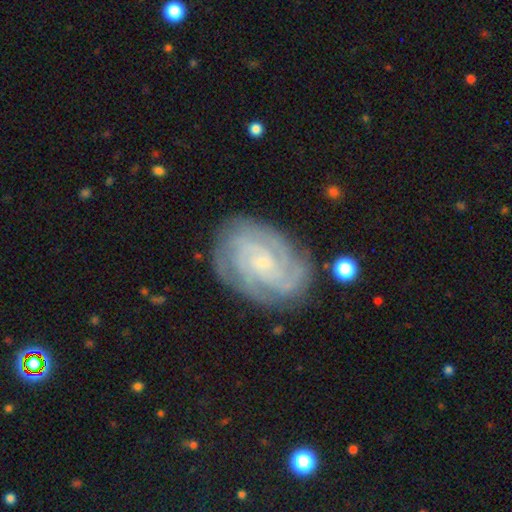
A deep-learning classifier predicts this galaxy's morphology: Smooth or featured: featured or disk — 84% (smooth — 9%)
Edge-on disk: no — 97% (yes — 3%)
Bar: no — 63% (weak — 29%)
Spiral arms: yes — 97% (no — 3%)
Spiral winding: tight — 75% (medium — 21%)
Spiral arm count: 3 — 24% (can't tell — 23%)
Bulge size: small — 75% (moderate — 18%)
Merging: none — 80% (minor disturbance — 14%)